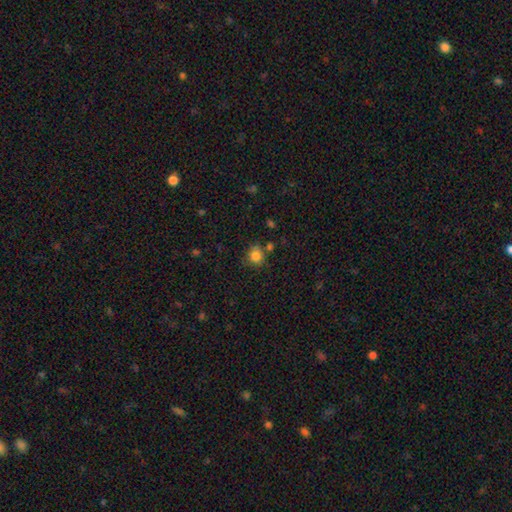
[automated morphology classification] A smooth galaxy with no disk features (82%) that is round (81%). Merging: none (69%).